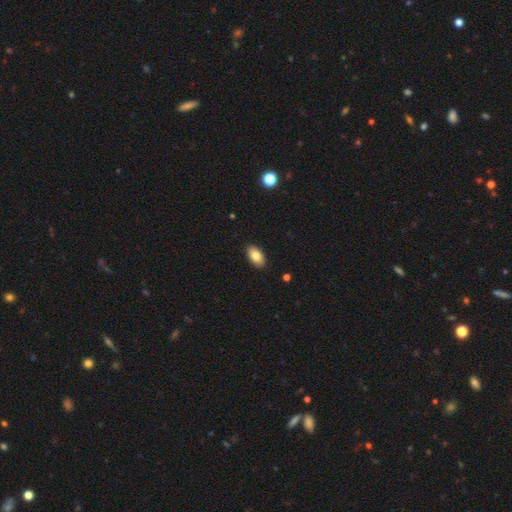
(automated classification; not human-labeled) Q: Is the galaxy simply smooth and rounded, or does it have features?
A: smooth — 82%.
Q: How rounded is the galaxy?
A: in between — 94%.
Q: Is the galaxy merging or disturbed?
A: none — 90%.